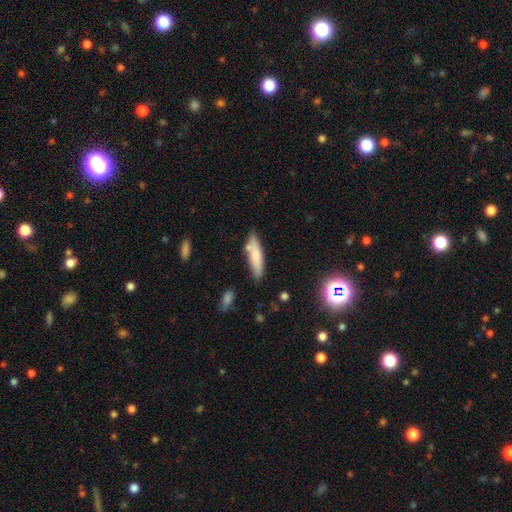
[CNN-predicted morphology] smooth 76%, featured or disk 17%, star or artifact 7%. Down the decision tree: how rounded — cigar-shaped (71%); merging — none (74%).